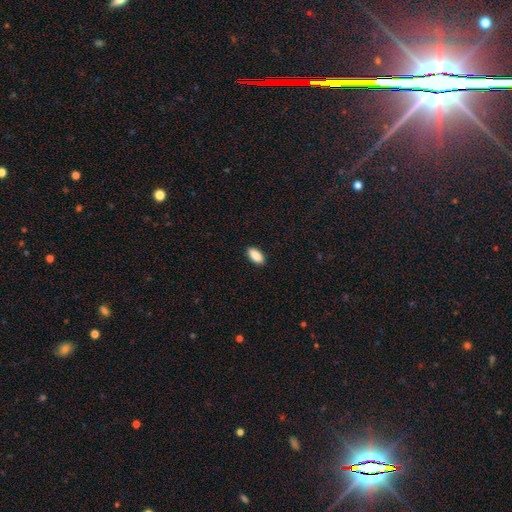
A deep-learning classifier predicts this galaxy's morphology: smooth_or_featured: smooth (p=0.90) [alt: star or artifact p=0.07]
how_rounded: in between (p=0.91) [alt: cigar-shaped p=0.07]
merging: none (p=0.90) [alt: minor disturbance p=0.07]